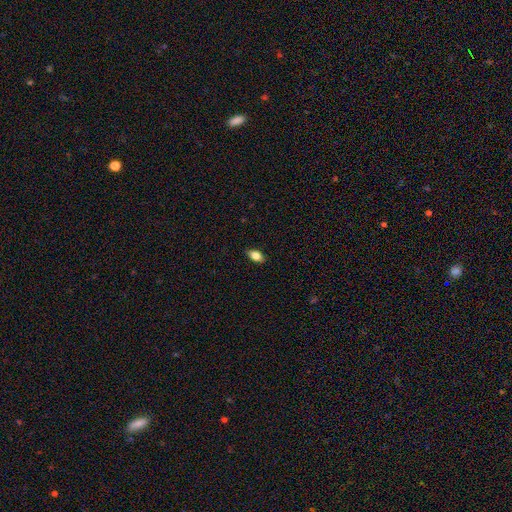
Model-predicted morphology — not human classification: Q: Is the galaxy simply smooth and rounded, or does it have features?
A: smooth — 82%.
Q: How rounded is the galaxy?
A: in between — 88%.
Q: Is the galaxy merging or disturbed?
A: none — 87%.